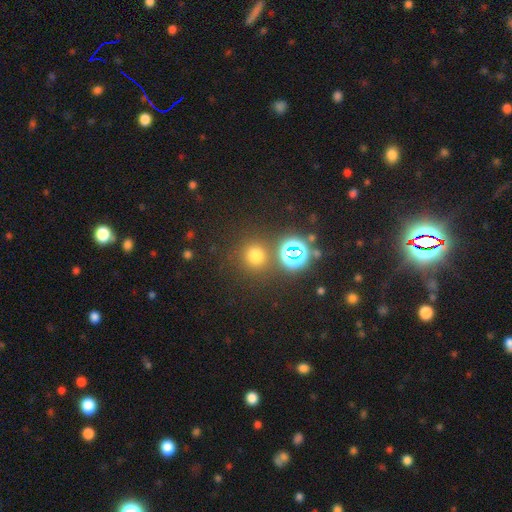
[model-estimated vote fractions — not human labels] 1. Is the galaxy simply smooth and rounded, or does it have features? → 67% smooth, 27% star or artifact, 6% featured or disk.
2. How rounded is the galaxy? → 92% round, 7% in between, 1% cigar-shaped.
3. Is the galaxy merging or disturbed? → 82% none, 7% minor disturbance, 7% merger, 4% major disturbance.